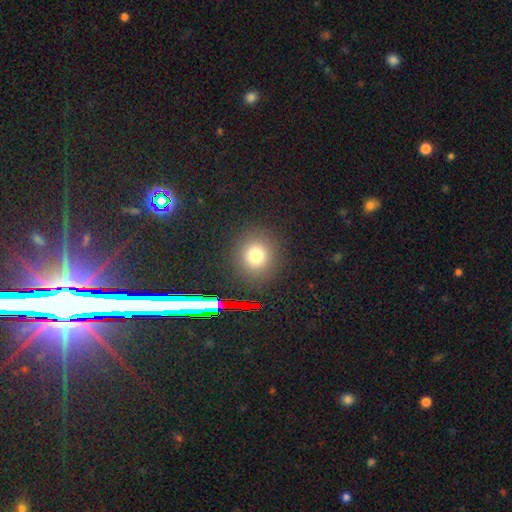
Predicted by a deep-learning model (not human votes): smooth_or_featured: smooth (p=0.73) [alt: star or artifact p=0.20]
how_rounded: round (p=0.88) [alt: in between p=0.11]
merging: none (p=0.89) [alt: minor disturbance p=0.06]